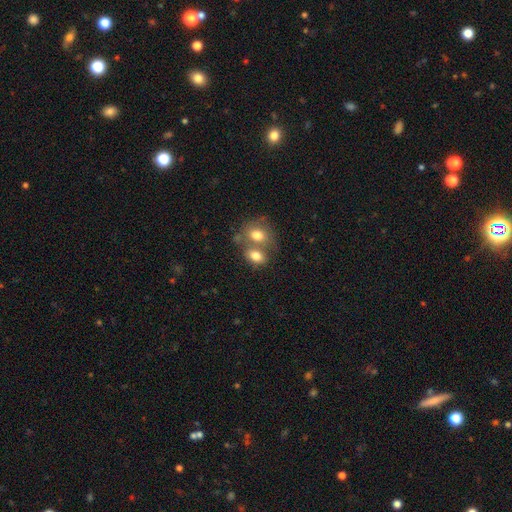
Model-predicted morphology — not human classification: smooth_or_featured: smooth (p=0.78) [alt: featured or disk p=0.13]
how_rounded: in between (p=0.71) [alt: round p=0.28]
merging: merger (p=0.56) [alt: none p=0.31]